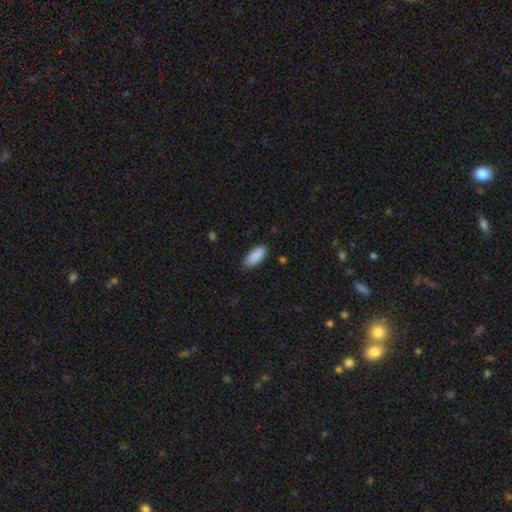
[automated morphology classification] type=smooth (90%); roundness=in between (85%); merging=none (83%).